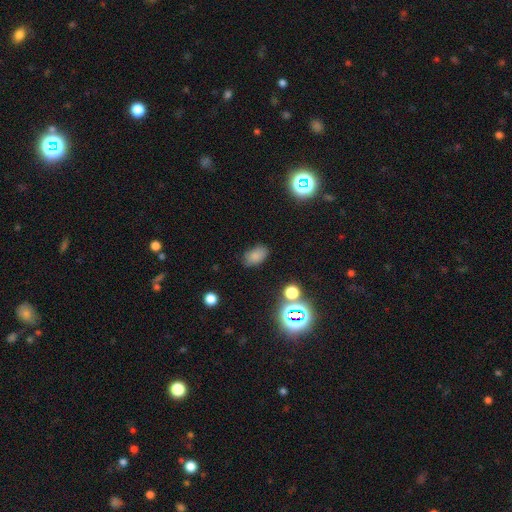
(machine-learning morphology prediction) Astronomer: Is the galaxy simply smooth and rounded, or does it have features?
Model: smooth — 76%.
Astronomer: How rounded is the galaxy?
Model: in between — 89%.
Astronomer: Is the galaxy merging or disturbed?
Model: none — 79%.